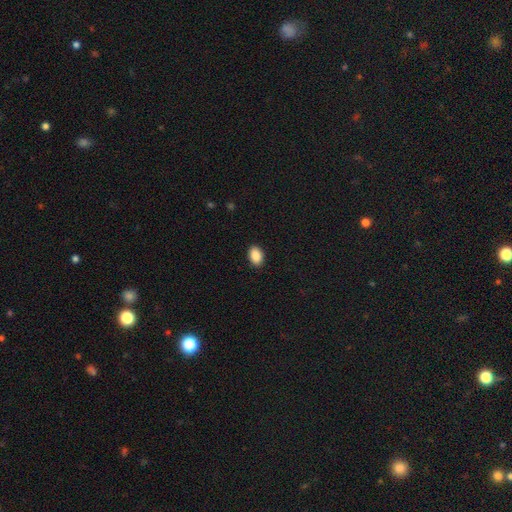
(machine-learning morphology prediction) Overall: smooth (90%). How rounded: in between (85%). Merging: none (90%).